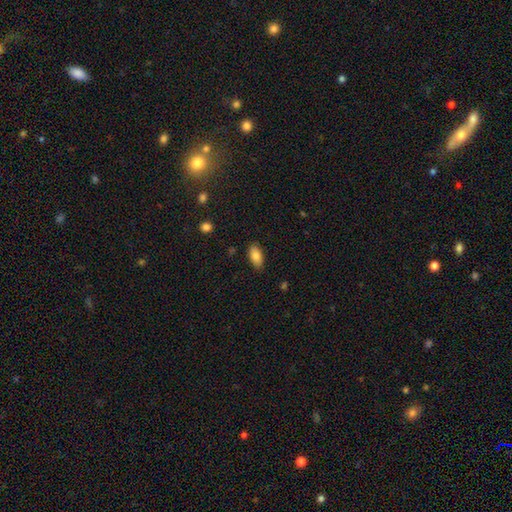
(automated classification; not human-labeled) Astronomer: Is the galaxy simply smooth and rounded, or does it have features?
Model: smooth — 84%.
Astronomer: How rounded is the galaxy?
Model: in between — 91%.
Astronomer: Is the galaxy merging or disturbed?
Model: none — 85%.